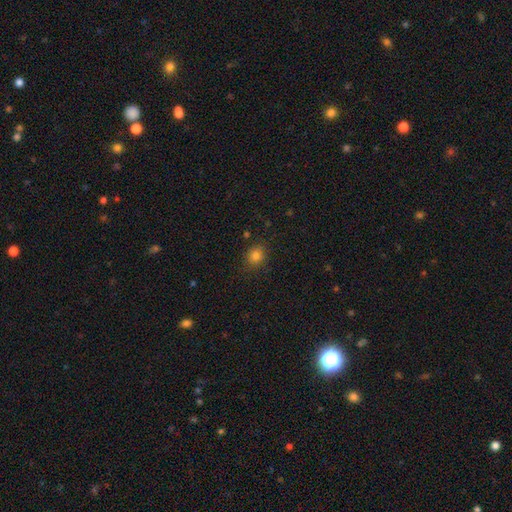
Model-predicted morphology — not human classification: A smooth galaxy with no disk features (81%) that is round (70%). Merging: none (84%).